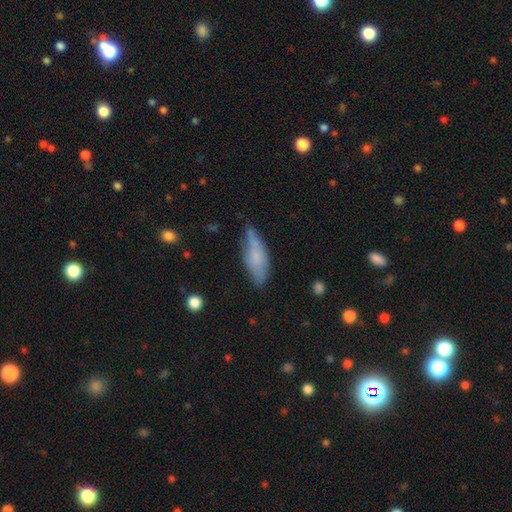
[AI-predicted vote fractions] Smooth or featured? smooth (69%)
How rounded? in between (58%)
Merging? none (64%)